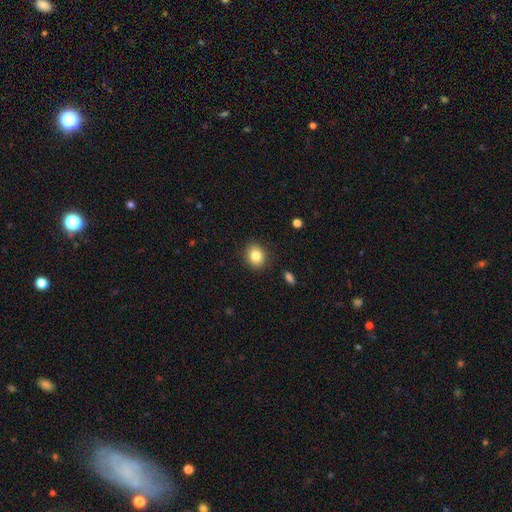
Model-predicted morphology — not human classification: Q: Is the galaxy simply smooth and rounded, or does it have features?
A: smooth — 83%.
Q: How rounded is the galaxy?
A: round — 64%.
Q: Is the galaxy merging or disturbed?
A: none — 89%.